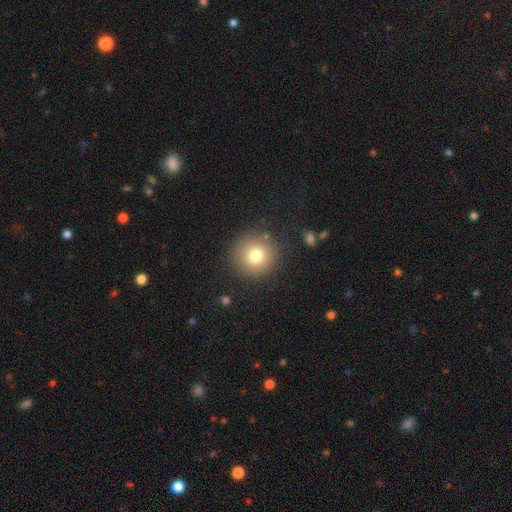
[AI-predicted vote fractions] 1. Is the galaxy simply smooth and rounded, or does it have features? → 77% smooth, 12% star or artifact, 11% featured or disk.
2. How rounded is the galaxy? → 94% round, 5% in between, 1% cigar-shaped.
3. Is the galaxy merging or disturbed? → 87% none, 8% minor disturbance, 4% major disturbance, 2% merger.